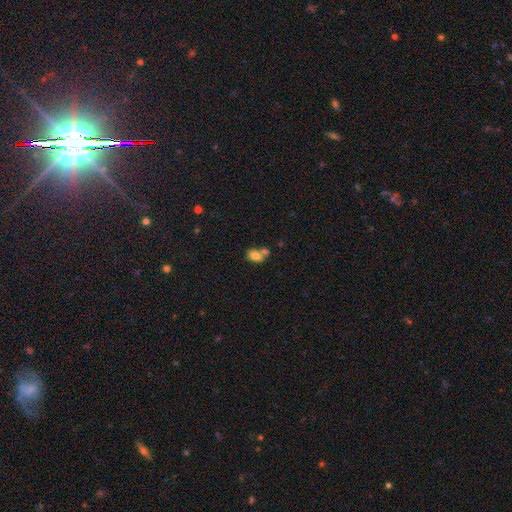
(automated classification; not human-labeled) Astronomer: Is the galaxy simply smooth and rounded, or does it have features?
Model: smooth — 77%.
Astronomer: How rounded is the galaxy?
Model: in between — 69%.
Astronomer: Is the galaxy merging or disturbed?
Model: merger — 46% (runner-up: none, 38%).